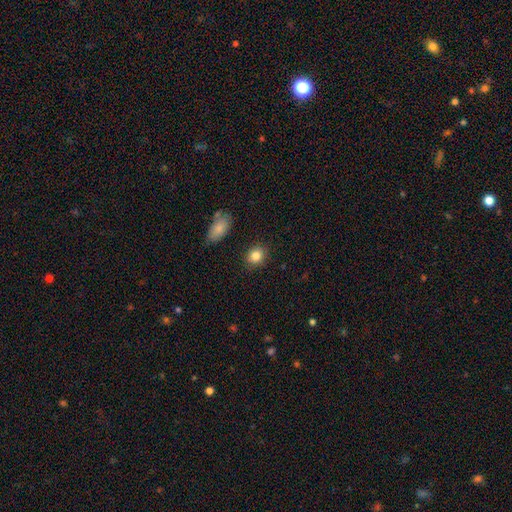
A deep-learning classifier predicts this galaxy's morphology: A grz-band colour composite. It shows a smooth galaxy with no disk features (84%) that is round (60%). Merging: none (87%).